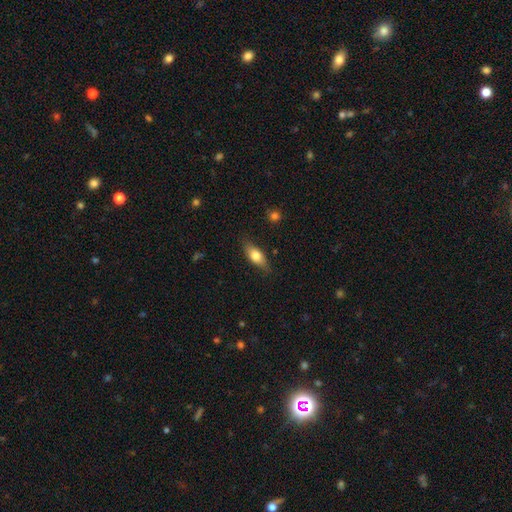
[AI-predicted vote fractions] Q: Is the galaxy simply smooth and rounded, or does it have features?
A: smooth — 71%.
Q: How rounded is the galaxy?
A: in between — 78%.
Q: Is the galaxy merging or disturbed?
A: none — 80%.